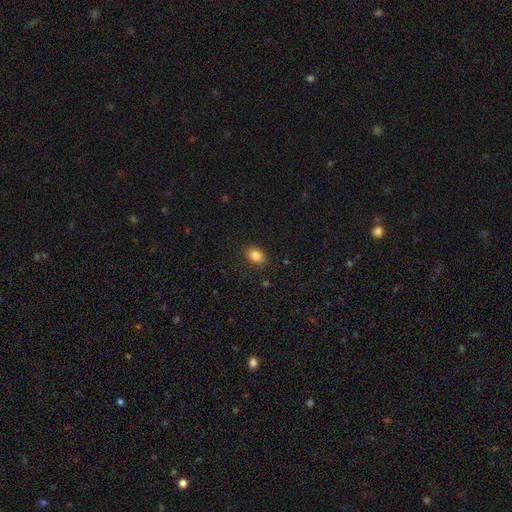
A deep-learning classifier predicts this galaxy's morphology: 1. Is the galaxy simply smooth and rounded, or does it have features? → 84% smooth, 10% star or artifact, 6% featured or disk.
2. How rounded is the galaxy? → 64% in between, 34% round, 1% cigar-shaped.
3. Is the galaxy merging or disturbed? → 86% none, 10% minor disturbance, 3% major disturbance, 1% merger.